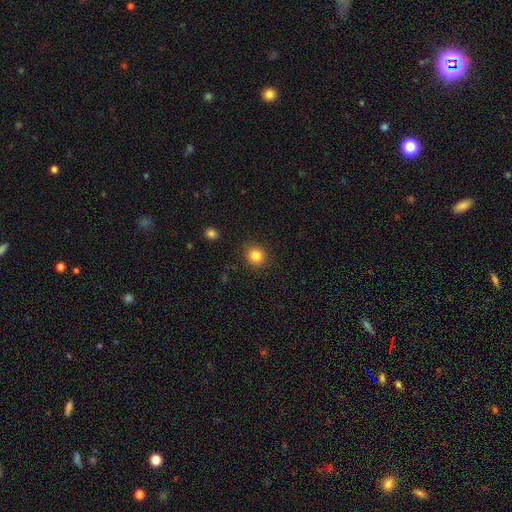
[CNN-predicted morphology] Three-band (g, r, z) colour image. It shows a smooth galaxy with no disk features (84%) that is round (80%). Merging: none (87%).